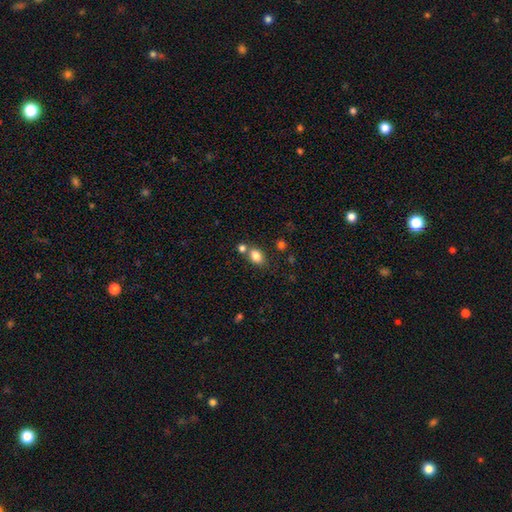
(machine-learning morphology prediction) Smooth or featured?
  - smooth: 83% *
  - star or artifact: 10%
  - featured or disk: 7%
How rounded?
  - in between: 76% *
  - round: 23%
  - cigar-shaped: 2%
Merging?
  - none: 61% *
  - merger: 23%
  - minor disturbance: 12%
  - major disturbance: 4%